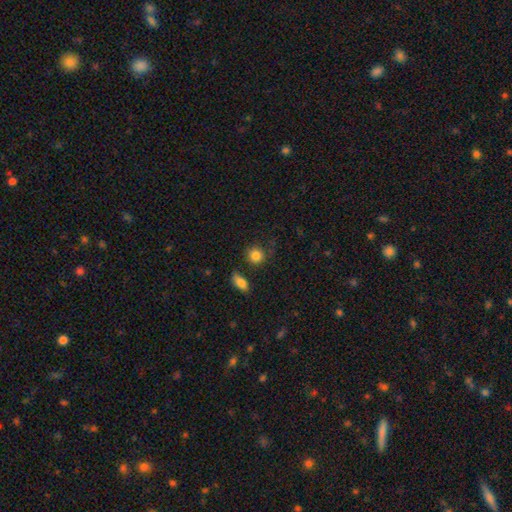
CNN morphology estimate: Overall: smooth (84%). How rounded: round (87%). Merging: none (74%).